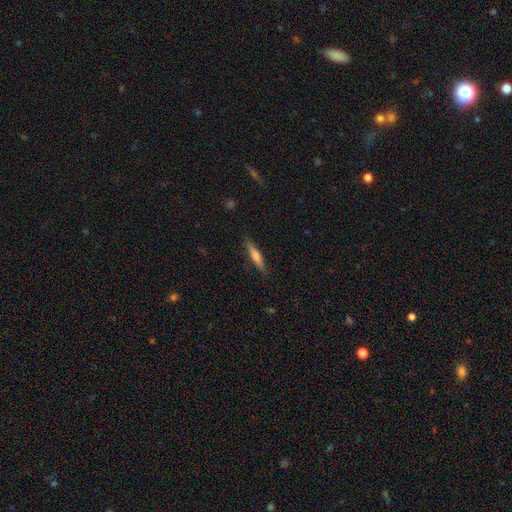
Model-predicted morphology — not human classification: A smooth galaxy with no disk features (53%) that is cigar-shaped (89%).

Vote fractions:
- Smooth or featured? smooth: 53% / featured or disk: 41% / star or artifact: 7%
- How rounded? cigar-shaped: 89% / in between: 10% / round: 2%
- Merging? none: 88% / minor disturbance: 9% / major disturbance: 2% / merger: 1%